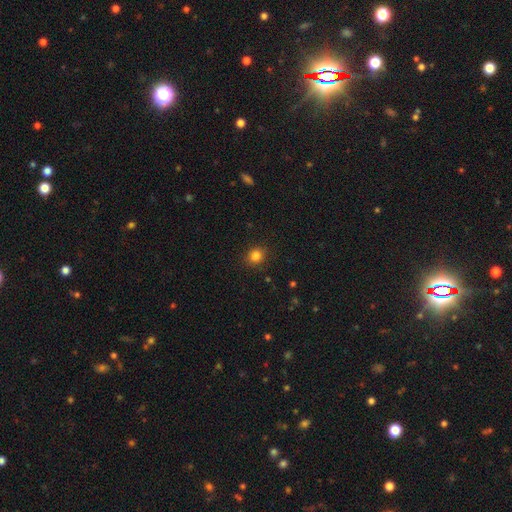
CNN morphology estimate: Smooth or featured?
  - smooth: 83% *
  - star or artifact: 12%
  - featured or disk: 5%
How rounded?
  - round: 79% *
  - in between: 20%
  - cigar-shaped: 1%
Merging?
  - none: 90% *
  - minor disturbance: 7%
  - major disturbance: 2%
  - merger: 1%